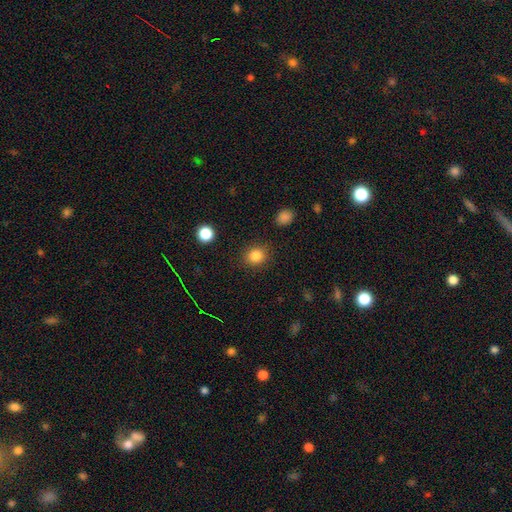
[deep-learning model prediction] Smooth or featured: smooth — 84% (star or artifact — 11%)
How rounded: round — 78% (in between — 22%)
Merging: none — 88% (minor disturbance — 8%)